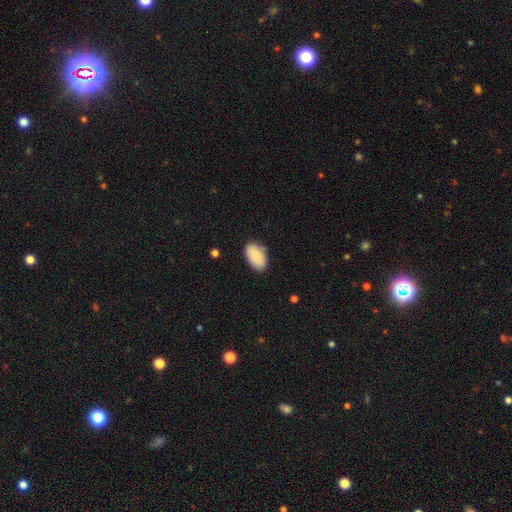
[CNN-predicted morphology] Overall: smooth (89%). How rounded: in between (95%). Merging: none (80%).